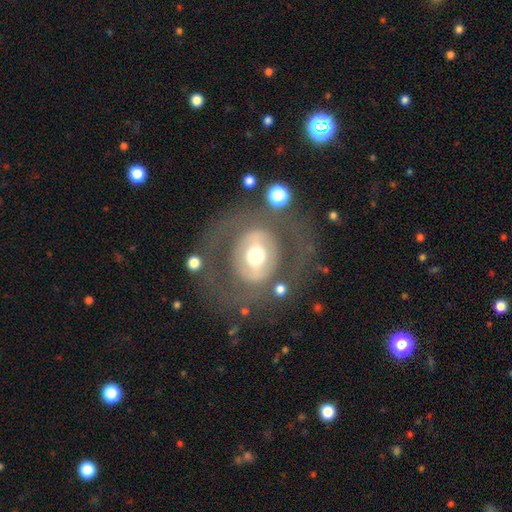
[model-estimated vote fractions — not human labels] Smooth or featured?
  - featured or disk: 55% *
  - smooth: 36%
  - star or artifact: 8%
Edge-on disk?
  - no: 94% *
  - yes: 6%
Bar?
  - no: 53% *
  - weak: 25%
  - strong: 22%
Spiral arms?
  - no: 79% *
  - yes: 21%
Bulge size?
  - moderate: 58% *
  - large: 30%
  - small: 6%
  - dominant: 5%
  - none: 1%
Merging?
  - none: 70% *
  - major disturbance: 14%
  - minor disturbance: 12%
  - merger: 4%